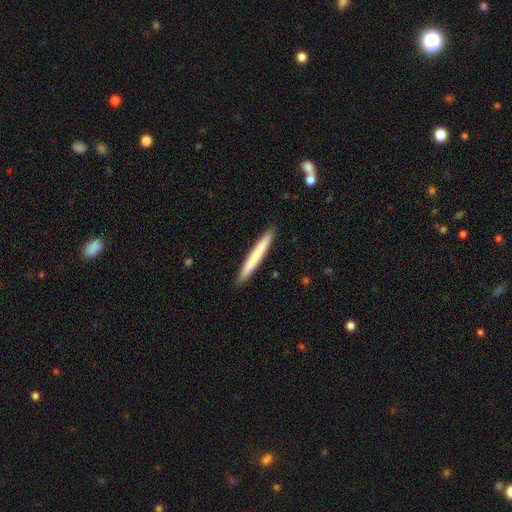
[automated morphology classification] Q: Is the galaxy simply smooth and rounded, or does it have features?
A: smooth — 70%.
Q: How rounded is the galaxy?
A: cigar-shaped — 97%.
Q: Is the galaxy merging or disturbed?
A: none — 91%.